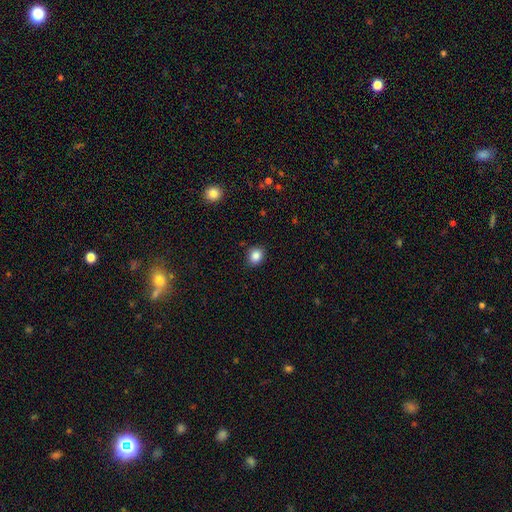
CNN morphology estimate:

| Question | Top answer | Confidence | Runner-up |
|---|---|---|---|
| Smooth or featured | smooth | 85% | star or artifact (10%) |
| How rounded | round | 61% | in between (38%) |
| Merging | none | 87% | minor disturbance (9%) |